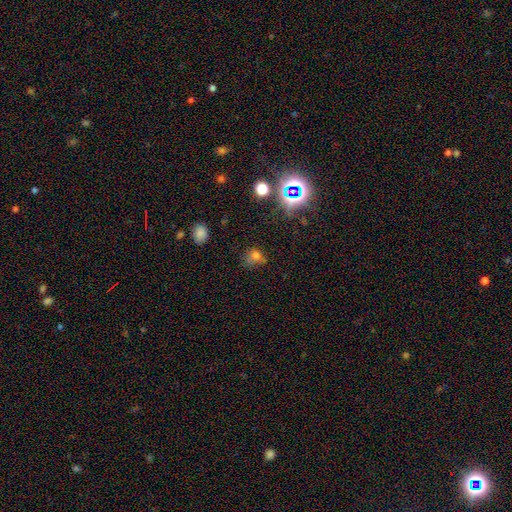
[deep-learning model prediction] smooth-or-featured: smooth: 61% | star or artifact: 27% | featured or disk: 11%
  how-rounded: round: 62% | in between: 37% | cigar-shaped: 2%
  merging: none: 51% | minor disturbance: 25% | major disturbance: 14% | merger: 10%